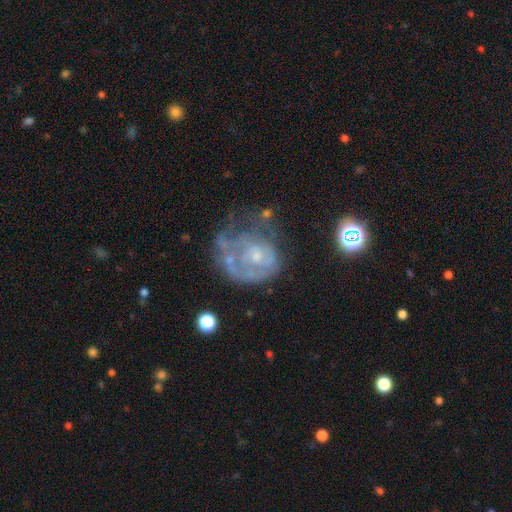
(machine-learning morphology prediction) This appears to be a featured or disk galaxy (67%) with no bar (81%), no spiral arms (54%) and a small central bulge (50%). Merging: none (35%).